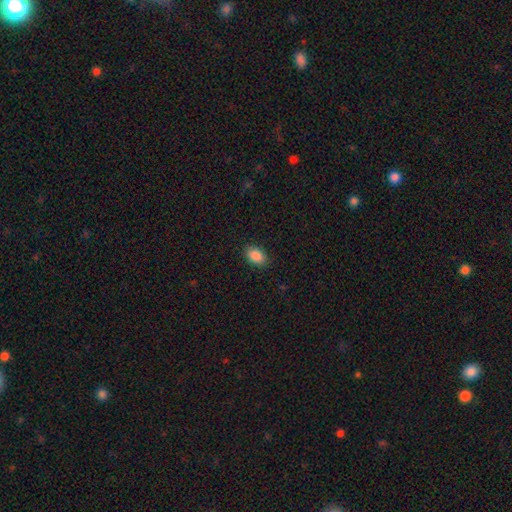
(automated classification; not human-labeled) The model was most divided on "how rounded": in between: 88%, round: 10%, cigar-shaped: 1%. More confident: smooth or featured — smooth (89%); merging — none (88%).